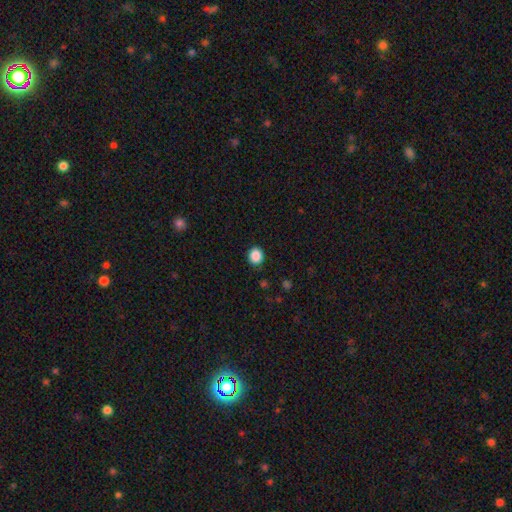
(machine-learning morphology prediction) This appears to be a smooth galaxy with no disk features (88%) that is round (82%). Merging: none (89%).